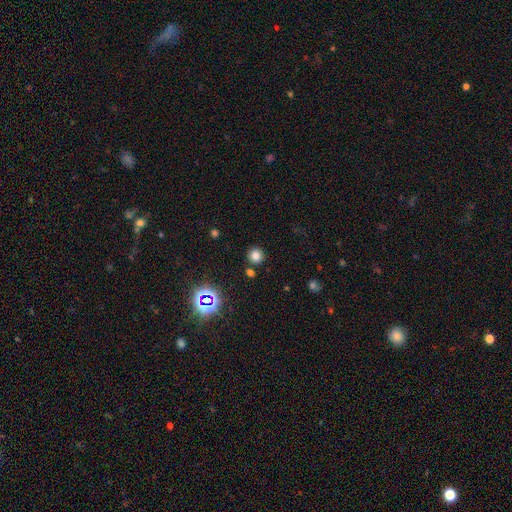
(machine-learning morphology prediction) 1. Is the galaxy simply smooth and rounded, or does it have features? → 75% smooth, 18% star or artifact, 6% featured or disk.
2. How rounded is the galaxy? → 91% round, 8% in between, 1% cigar-shaped.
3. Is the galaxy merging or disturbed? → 85% none, 7% minor disturbance, 6% merger, 3% major disturbance.